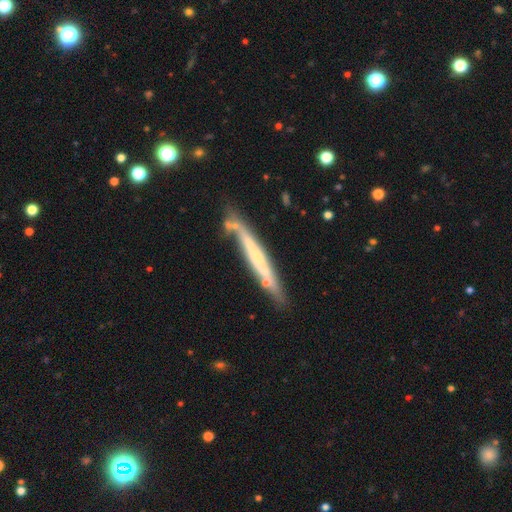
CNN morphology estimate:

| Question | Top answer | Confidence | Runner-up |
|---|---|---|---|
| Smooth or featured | featured or disk | 55% | smooth (39%) |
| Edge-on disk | yes | 88% | no (12%) |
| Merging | none | 62% | minor disturbance (21%) |